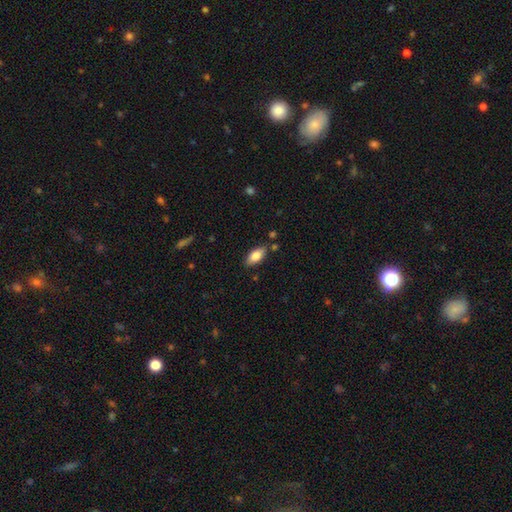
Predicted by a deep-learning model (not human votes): smooth 80%, featured or disk 13%, star or artifact 7%. Down the decision tree: how rounded — in between (87%); merging — none (83%).